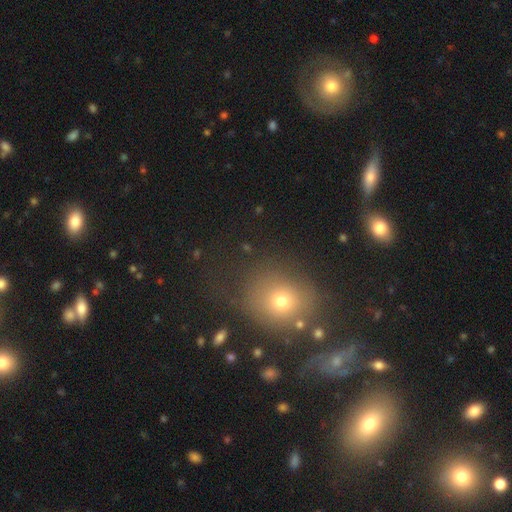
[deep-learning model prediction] smooth-or-featured: smooth: 53% | star or artifact: 31% | featured or disk: 16%
  how-rounded: round: 67% | in between: 32% | cigar-shaped: 2%
  merging: none: 78% | minor disturbance: 12% | merger: 5% | major disturbance: 5%